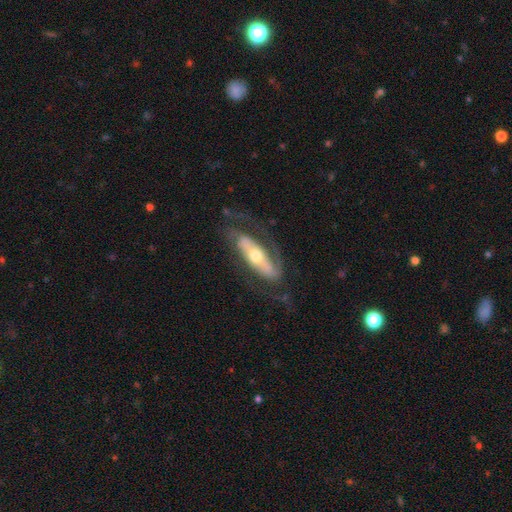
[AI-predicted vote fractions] featured or disk 78%, smooth 17%, star or artifact 5%. Down the decision tree: edge-on disk — no (83%); bar — no (40%); spiral arms — yes (84%); spiral arm count — 2 (78%); spiral winding — medium (42%); bulge size — moderate (59%); merging — none (65%).